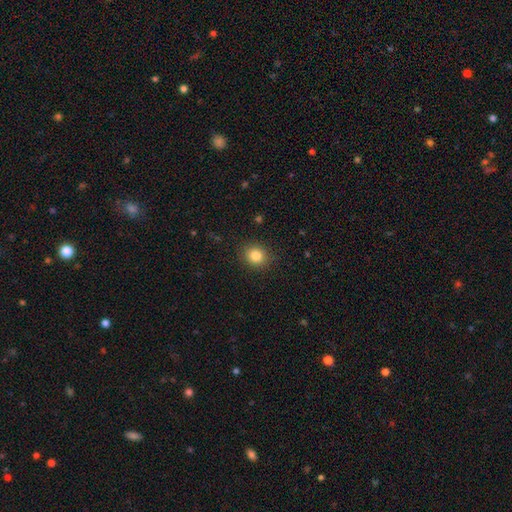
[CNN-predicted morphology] smooth_or_featured: smooth (p=0.83) [alt: star or artifact p=0.11]
how_rounded: round (p=0.78) [alt: in between p=0.21]
merging: none (p=0.89) [alt: minor disturbance p=0.08]